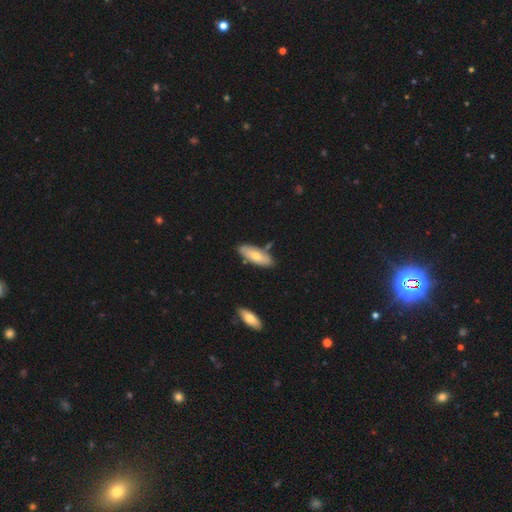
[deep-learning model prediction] The model was most divided on "smooth or featured": smooth: 64%, featured or disk: 30%, star or artifact: 6%. More confident: merging — none (79%); how rounded — in between (70%).